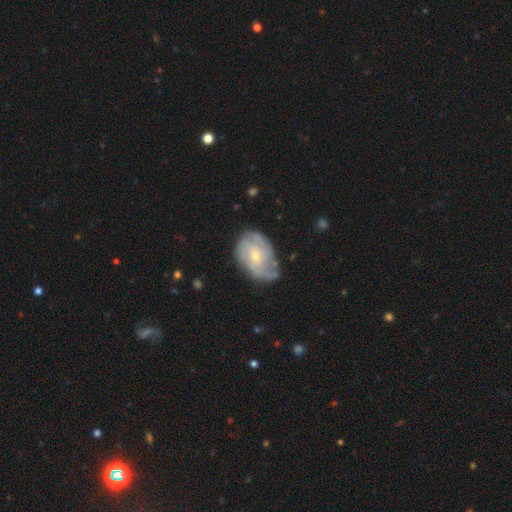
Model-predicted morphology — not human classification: smooth-or-featured: featured or disk: 68% | smooth: 26% | star or artifact: 6%
  disk-edge-on: no: 96% | yes: 4%
    bar: no: 67% | weak: 29% | strong: 5%
    has-spiral-arms: yes: 78% | no: 22%
      spiral-winding: tight: 48% | medium: 35% | loose: 16%
      spiral-arm-count: can't tell: 46% | 2: 25% | 3: 14% | 4: 6% | 1: 5% | more than 4: 3%
    bulge-size: small: 62% | moderate: 35% | none: 1% | large: 1% | dominant: 1%
  merging: none: 55% | minor disturbance: 31% | major disturbance: 12% | merger: 2%